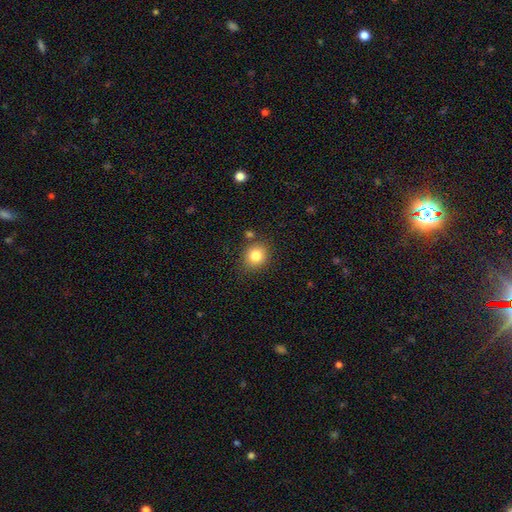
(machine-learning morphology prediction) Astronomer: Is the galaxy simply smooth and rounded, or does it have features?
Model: smooth — 82%.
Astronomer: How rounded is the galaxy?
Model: round — 73%.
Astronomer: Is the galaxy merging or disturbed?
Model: none — 81%.